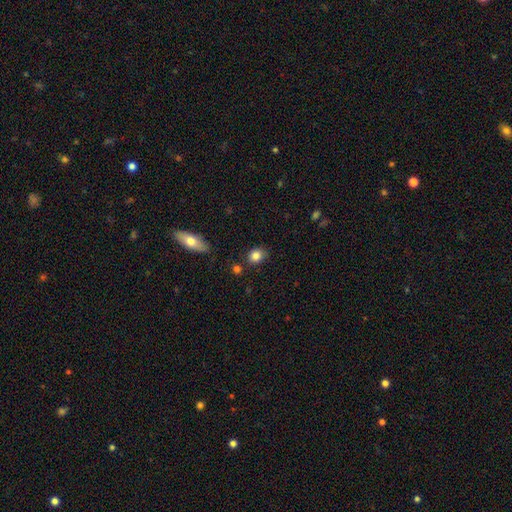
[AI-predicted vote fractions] This is clearly a smooth galaxy (84%). How rounded: possibly round (60%). Merging: likely none (80%).